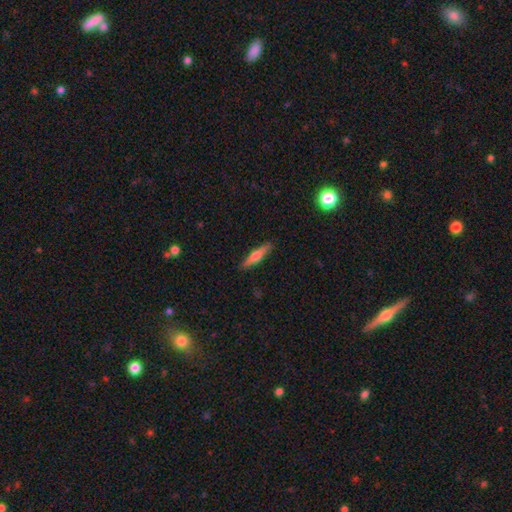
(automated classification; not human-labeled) Q: Smooth or featured?
A: smooth (49%); runner-up: featured or disk (45%)
Q: Merging?
A: none (89%); runner-up: minor disturbance (8%)